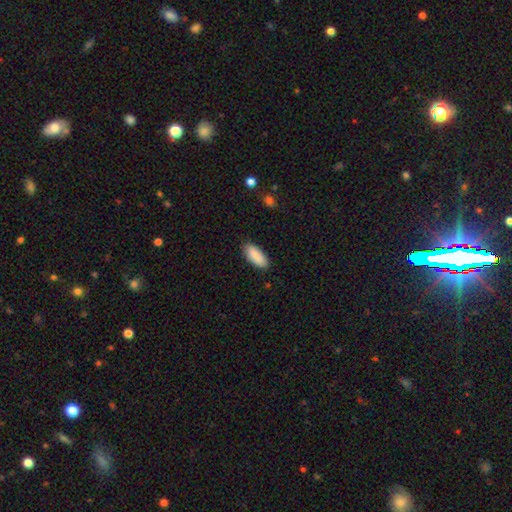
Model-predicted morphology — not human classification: Smooth or featured: smooth — 89% (star or artifact — 5%)
How rounded: in between — 83% (cigar-shaped — 15%)
Merging: none — 87% (minor disturbance — 10%)